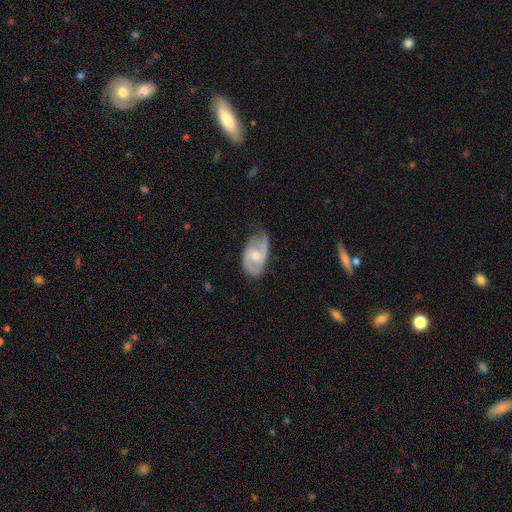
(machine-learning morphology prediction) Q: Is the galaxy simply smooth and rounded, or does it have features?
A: featured or disk — 71%.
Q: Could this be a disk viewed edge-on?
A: no — 95%.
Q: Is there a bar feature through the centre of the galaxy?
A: no — 48%.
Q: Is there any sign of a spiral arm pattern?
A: yes — 86%.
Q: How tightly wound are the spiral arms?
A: medium — 50%.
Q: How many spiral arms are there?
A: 2 — 79%.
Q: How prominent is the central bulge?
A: moderate — 64%.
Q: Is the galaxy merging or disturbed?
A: none — 63%.